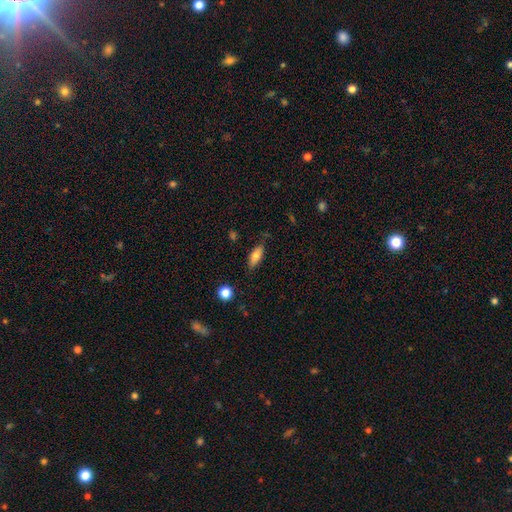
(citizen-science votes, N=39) smooth 69%, featured or disk 23%, star or artifact 8%. Down the decision tree: how rounded — in between (81%); merging — none (72%).